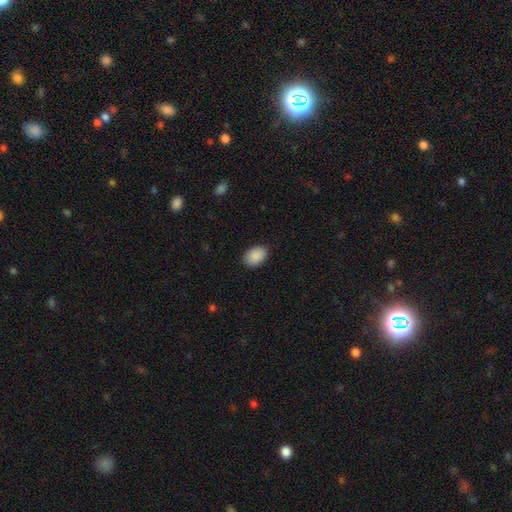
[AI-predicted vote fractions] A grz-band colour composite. It shows a smooth galaxy with no disk features (90%) that is in between round and cigar-shaped (84%). Merging: none (87%).